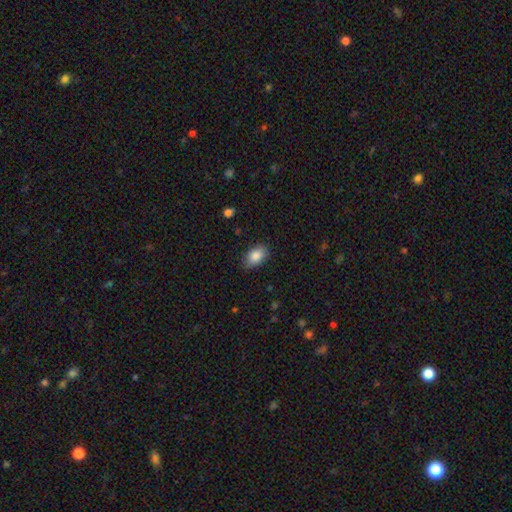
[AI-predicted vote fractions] The model was most divided on "merging": none: 83%, minor disturbance: 14%, major disturbance: 3%, merger: 1%. More confident: how rounded — in between (89%); smooth or featured — smooth (87%).